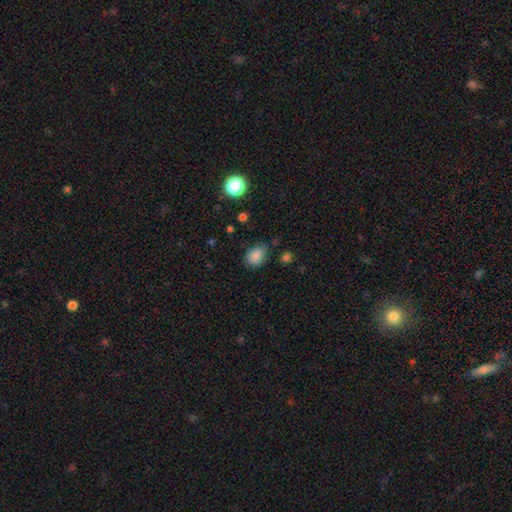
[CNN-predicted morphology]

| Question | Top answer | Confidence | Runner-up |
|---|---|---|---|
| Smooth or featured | smooth | 85% | star or artifact (10%) |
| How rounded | in between | 60% | round (39%) |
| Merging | none | 67% | minor disturbance (25%) |